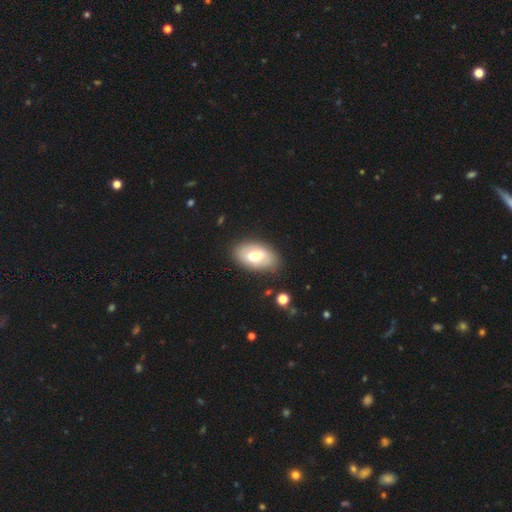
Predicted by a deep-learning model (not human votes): This appears to be a smooth galaxy with no disk features (56%) that is in between round and cigar-shaped (92%). Merging: none (81%).